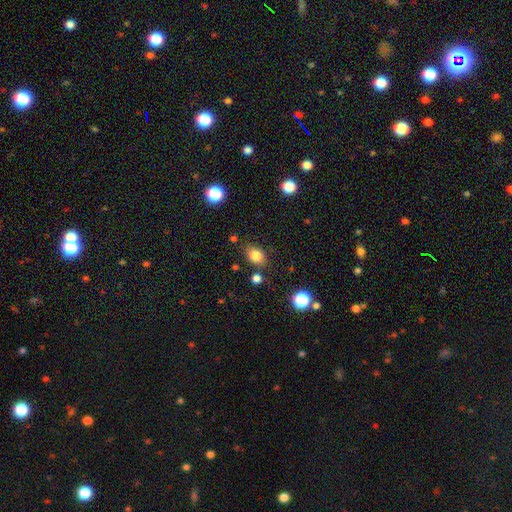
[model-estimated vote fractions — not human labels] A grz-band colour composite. It shows a smooth galaxy with no disk features (82%) that is in between round and cigar-shaped (66%). Merging: none (79%).